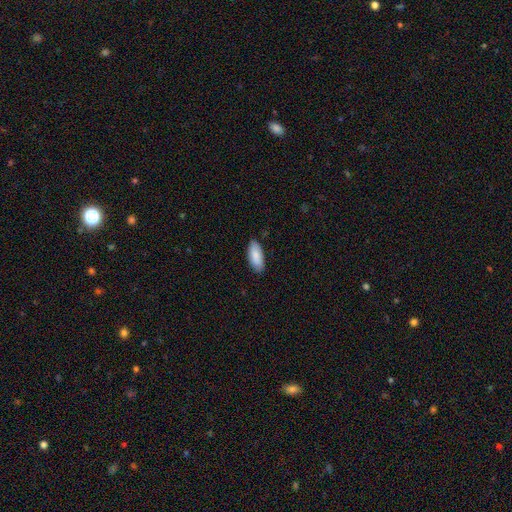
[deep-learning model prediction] This is clearly a smooth galaxy (88%). How rounded: clearly in between (84%). Merging: clearly none (86%).